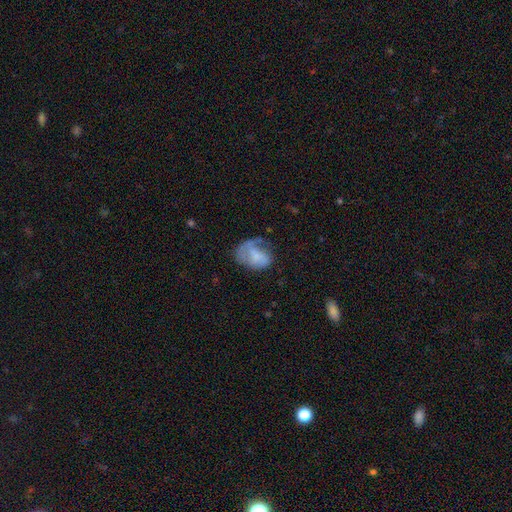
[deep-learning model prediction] smooth-or-featured: smooth: 49% | featured or disk: 43% | star or artifact: 8%
  merging: none: 36% | major disturbance: 32% | minor disturbance: 28% | merger: 4%